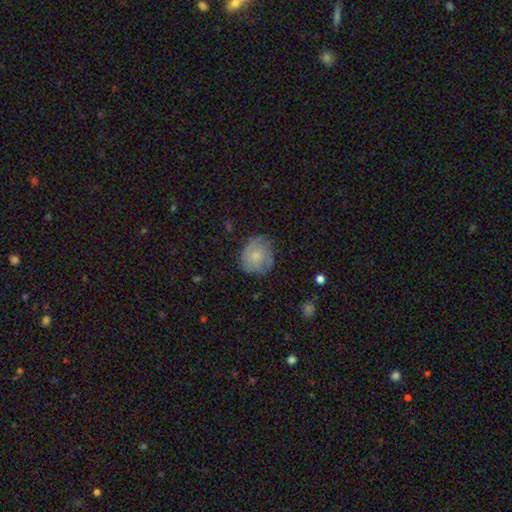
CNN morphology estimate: This is possibly a smooth galaxy (60%). How rounded: likely round (79%). Merging: likely none (65%).